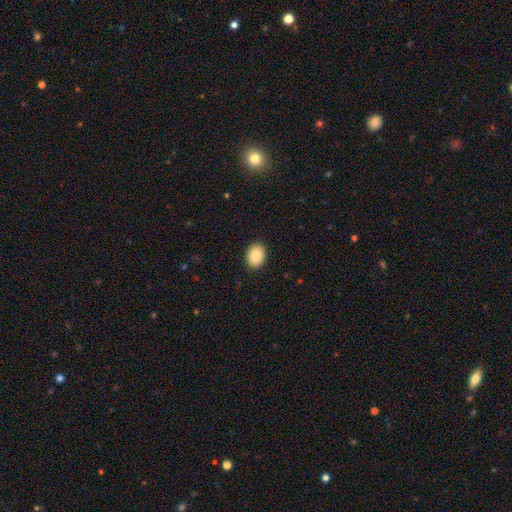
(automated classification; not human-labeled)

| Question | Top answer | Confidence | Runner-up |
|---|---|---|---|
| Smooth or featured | smooth | 87% | star or artifact (8%) |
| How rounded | in between | 56% | round (43%) |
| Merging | none | 91% | minor disturbance (6%) |